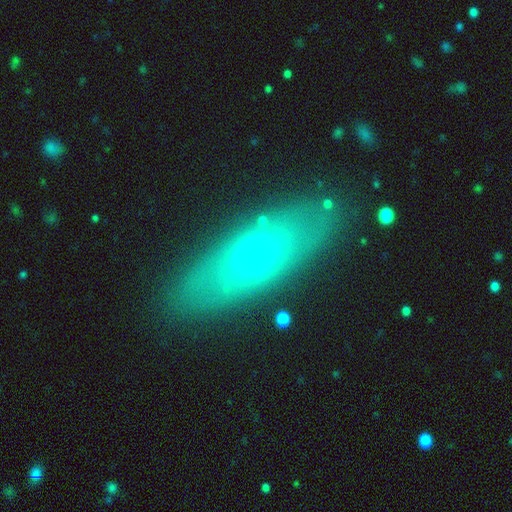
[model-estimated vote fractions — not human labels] Overall: smooth (44%; featured or disk 42%). Merging: none (80%).